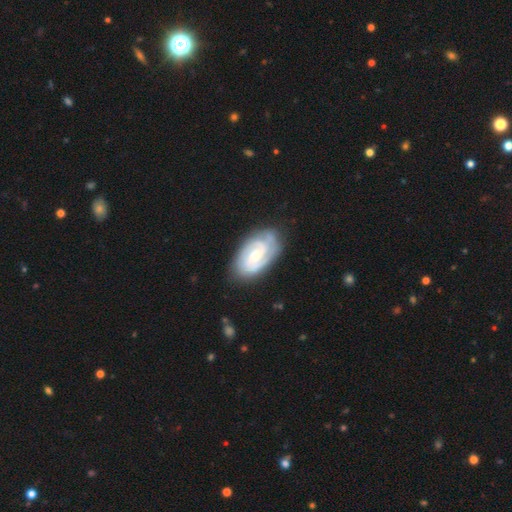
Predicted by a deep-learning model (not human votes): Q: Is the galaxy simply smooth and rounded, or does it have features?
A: featured or disk — 83%.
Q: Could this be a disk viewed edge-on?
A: no — 96%.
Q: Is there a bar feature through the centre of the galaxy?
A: weak — 44%, tied with no.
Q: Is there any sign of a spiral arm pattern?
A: yes — 96%.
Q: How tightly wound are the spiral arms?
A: tight — 59%.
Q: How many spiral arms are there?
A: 2 — 62%.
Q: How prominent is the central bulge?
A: moderate — 50%.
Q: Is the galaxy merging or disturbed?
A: none — 77%.